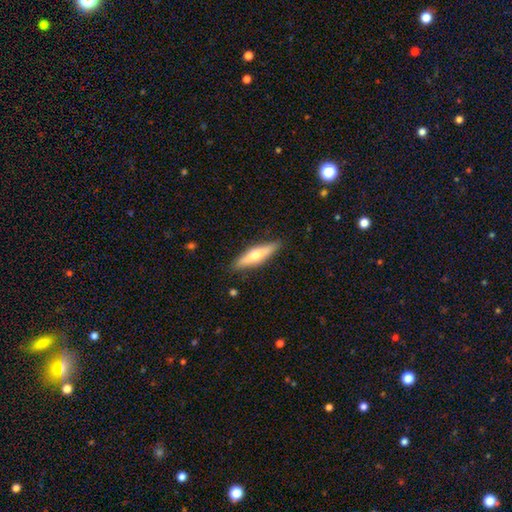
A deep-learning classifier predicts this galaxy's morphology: A smooth galaxy with no disk features (49%).

Vote fractions:
- Smooth or featured? smooth: 49% / featured or disk: 46% / star or artifact: 6%
- Merging? none: 88% / minor disturbance: 9% / major disturbance: 2% / merger: 1%